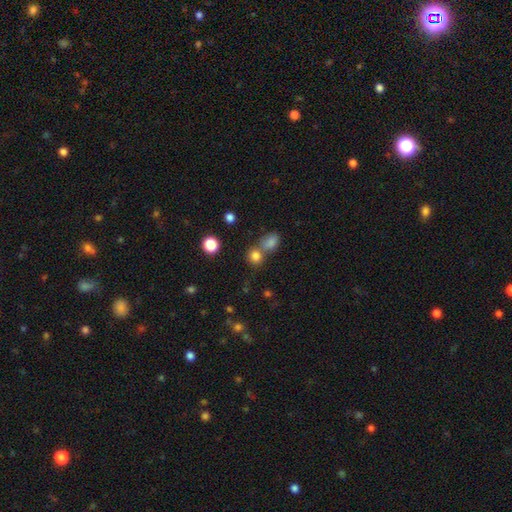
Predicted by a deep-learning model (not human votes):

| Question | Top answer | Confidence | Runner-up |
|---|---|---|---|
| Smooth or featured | smooth | 79% | star or artifact (15%) |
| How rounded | round | 78% | in between (21%) |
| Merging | none | 54% | merger (35%) |